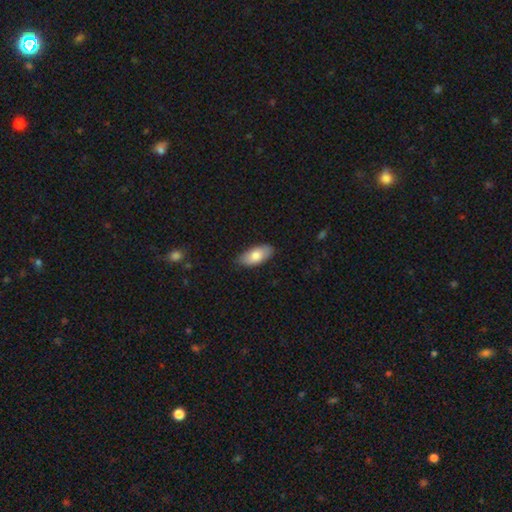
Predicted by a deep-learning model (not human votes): Smooth or featured? smooth (79%)
How rounded? in between (90%)
Merging? none (85%)